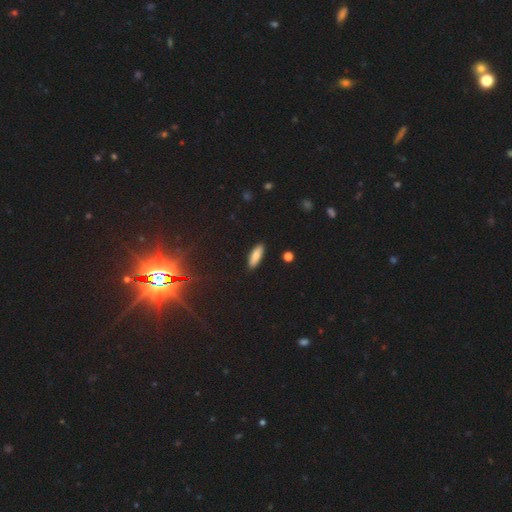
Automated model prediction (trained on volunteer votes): smooth_or_featured: smooth (p=0.83) [alt: featured or disk p=0.10]
how_rounded: in between (p=0.50) [alt: cigar-shaped p=0.48]
merging: none (p=0.89) [alt: minor disturbance p=0.08]